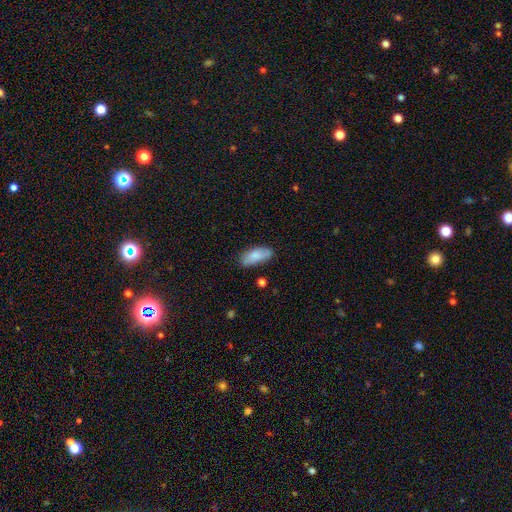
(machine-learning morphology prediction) type=smooth (83%); roundness=in between (85%); merging=none (77%).